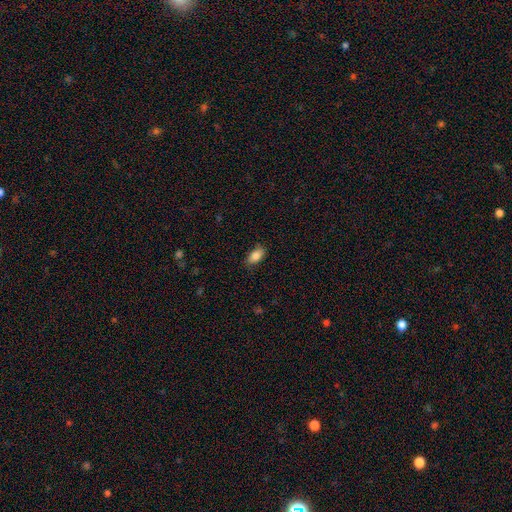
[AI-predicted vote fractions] Q: Smooth or featured?
A: smooth (84%); runner-up: featured or disk (8%)
Q: How rounded?
A: in between (91%); runner-up: round (5%)
Q: Merging?
A: none (81%); runner-up: minor disturbance (15%)